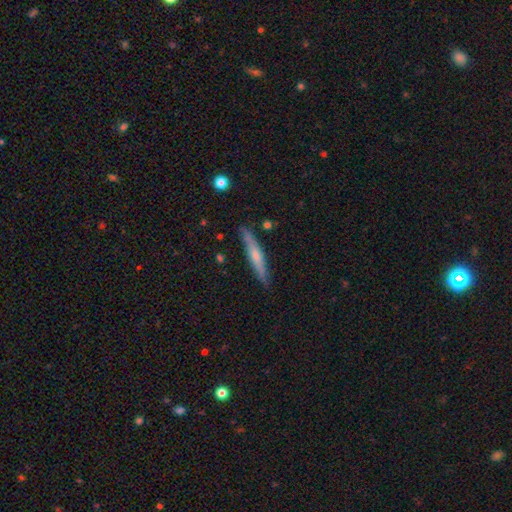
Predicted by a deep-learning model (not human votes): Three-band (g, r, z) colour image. It shows a smooth galaxy with no disk features (48%). Merging: none (86%).